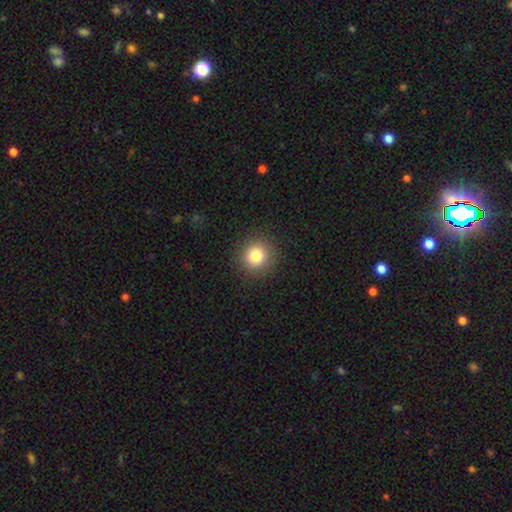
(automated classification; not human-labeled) Smooth or featured?
  - smooth: 82% *
  - star or artifact: 11%
  - featured or disk: 7%
How rounded?
  - round: 94% *
  - in between: 5%
  - cigar-shaped: 1%
Merging?
  - none: 91% *
  - minor disturbance: 6%
  - major disturbance: 2%
  - merger: 1%